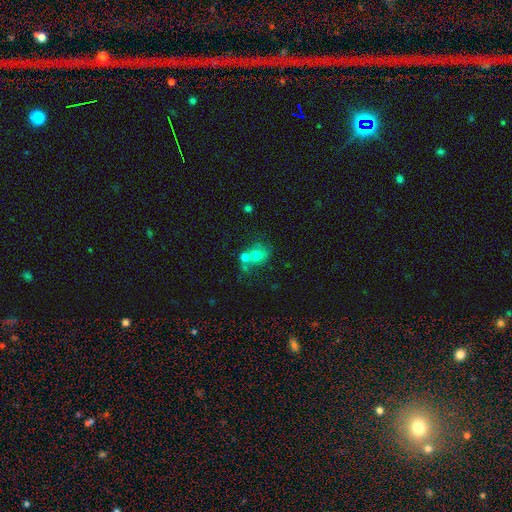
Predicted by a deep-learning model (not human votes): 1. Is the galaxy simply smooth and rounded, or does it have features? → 63% smooth, 24% featured or disk, 13% star or artifact.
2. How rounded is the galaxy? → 61% round, 38% in between, 1% cigar-shaped.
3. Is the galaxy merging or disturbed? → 48% merger, 31% none, 12% minor disturbance, 8% major disturbance.